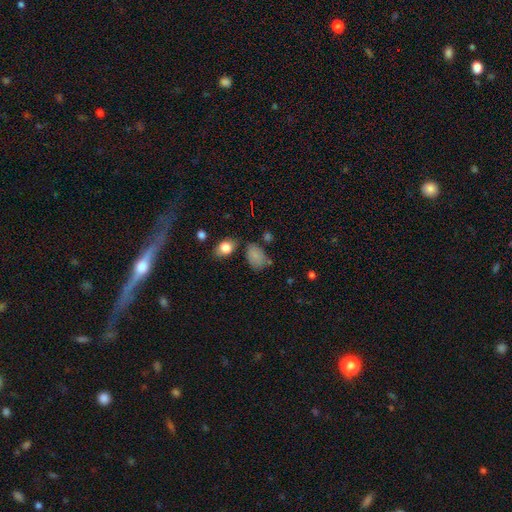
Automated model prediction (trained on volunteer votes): The model was most divided on "merging": none: 62%, minor disturbance: 23%, merger: 8%, major disturbance: 7%. More confident: how rounded — in between (82%); smooth or featured — smooth (79%).